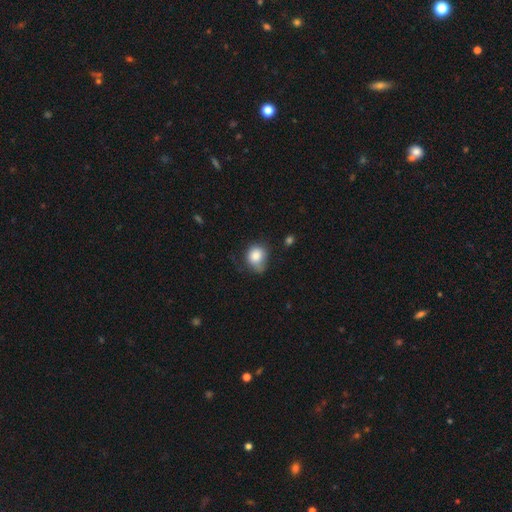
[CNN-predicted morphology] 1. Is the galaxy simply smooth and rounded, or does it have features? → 83% smooth, 9% star or artifact, 8% featured or disk.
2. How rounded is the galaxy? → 65% round, 34% in between, 1% cigar-shaped.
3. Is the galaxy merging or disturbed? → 46% none, 38% minor disturbance, 13% major disturbance, 4% merger.